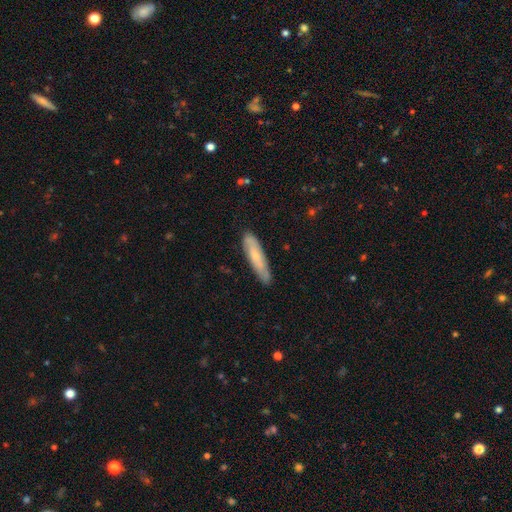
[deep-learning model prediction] Smooth or featured? smooth (62%)
How rounded? cigar-shaped (83%)
Merging? none (82%)